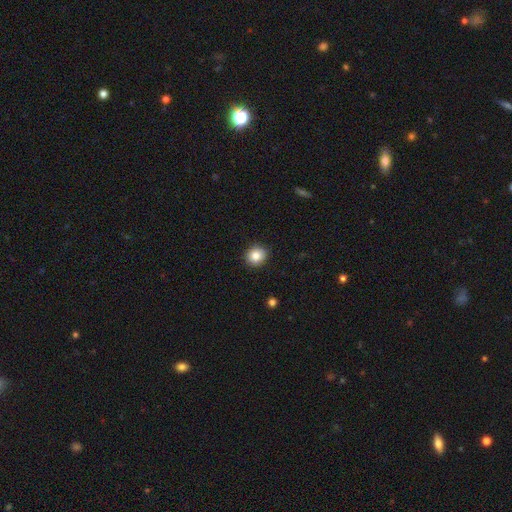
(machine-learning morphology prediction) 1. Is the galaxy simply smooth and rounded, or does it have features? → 84% smooth, 10% star or artifact, 6% featured or disk.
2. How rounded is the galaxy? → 86% round, 13% in between, 1% cigar-shaped.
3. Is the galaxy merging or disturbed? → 91% none, 7% minor disturbance, 2% major disturbance, 1% merger.